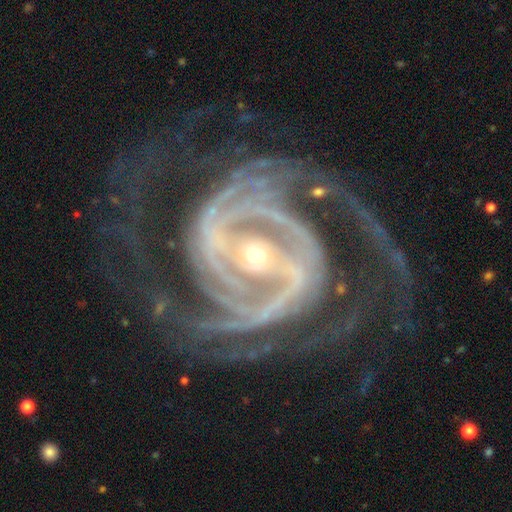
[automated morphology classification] smooth_or_featured: featured or disk (p=0.93) [alt: star or artifact p=0.05]
disk_edge_on: no (p=0.97) [alt: yes p=0.03]
bar: strong (p=0.60) [alt: weak p=0.26]
has_spiral_arms: yes (p=0.98) [alt: no p=0.02]
spiral_winding: tight (p=0.56) [alt: medium p=0.37]
spiral_arm_count: 2 (p=0.42) [alt: 3 p=0.19]
bulge_size: small (p=0.65) [alt: moderate p=0.31]
merging: none (p=0.68) [alt: major disturbance p=0.16]